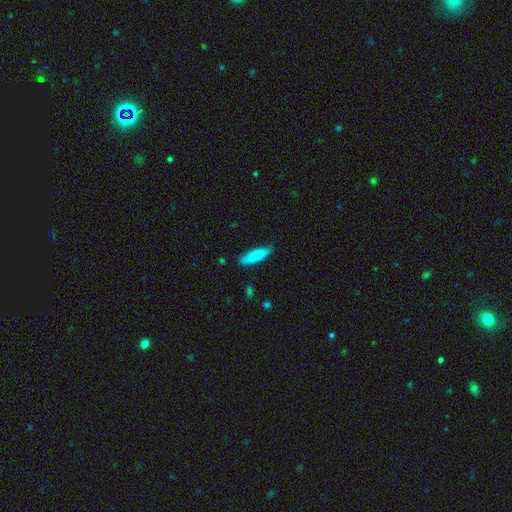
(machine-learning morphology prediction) The model was most divided on "how rounded": cigar-shaped: 50%, in between: 48%, round: 1%. More confident: smooth or featured — smooth (86%); merging — none (73%).